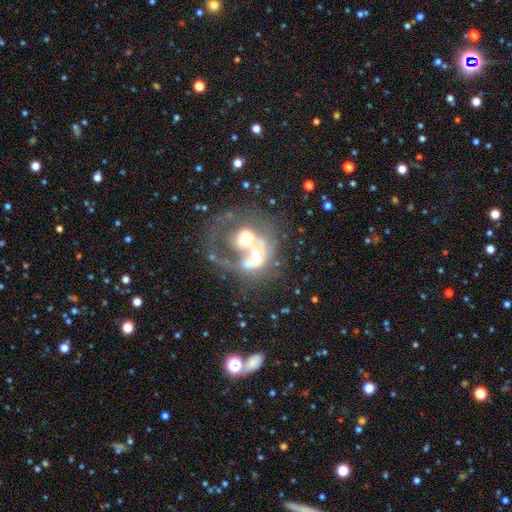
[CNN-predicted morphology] Overall: featured or disk (65%). Edge-on disk: no (97%). Bar: no (77%). Spiral arms: no (64%; yes 36%). Bulge size: moderate (55%; small 19%). Merging: merger (65%).